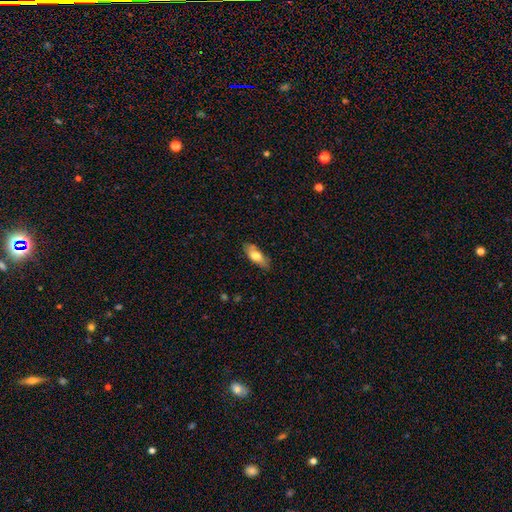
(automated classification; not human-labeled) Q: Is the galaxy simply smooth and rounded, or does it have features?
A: smooth — 69%.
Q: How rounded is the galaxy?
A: in between — 70%.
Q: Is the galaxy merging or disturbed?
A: none — 79%.